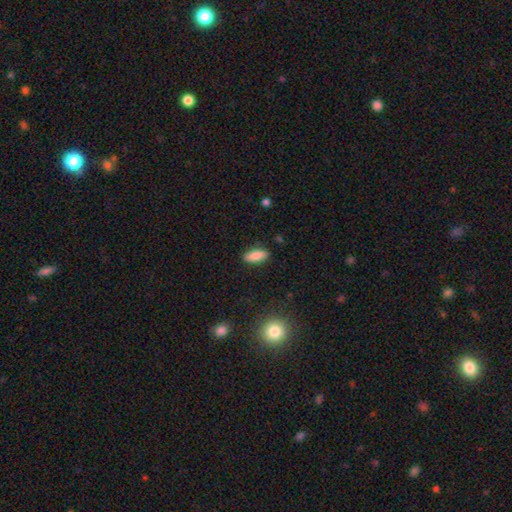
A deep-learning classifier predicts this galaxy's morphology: Q: Smooth or featured?
A: smooth (85%); runner-up: star or artifact (8%)
Q: How rounded?
A: in between (75%); runner-up: cigar-shaped (23%)
Q: Merging?
A: none (87%); runner-up: minor disturbance (9%)